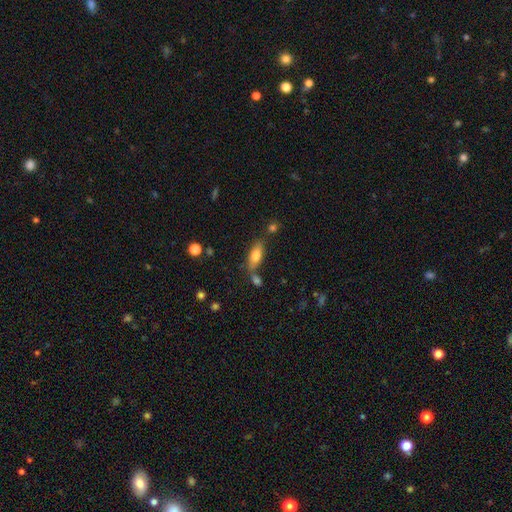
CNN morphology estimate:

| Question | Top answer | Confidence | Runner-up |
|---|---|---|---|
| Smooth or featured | smooth | 72% | featured or disk (20%) |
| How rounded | in between | 77% | cigar-shaped (19%) |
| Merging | none | 63% | merger (17%) |